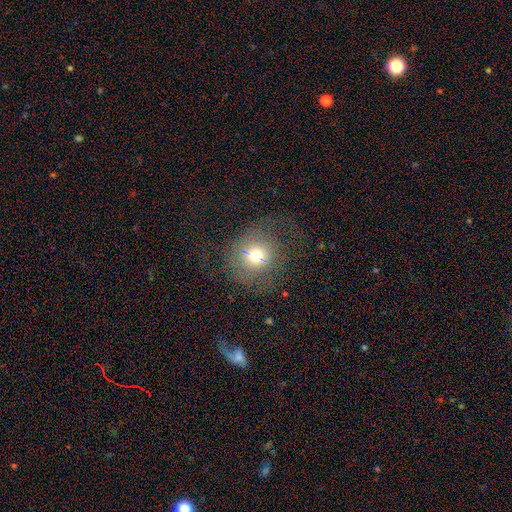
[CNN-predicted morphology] A smooth galaxy with no disk features (59%) that is round (81%).

Vote fractions:
- Smooth or featured? smooth: 59% / featured or disk: 25% / star or artifact: 17%
- How rounded? round: 81% / in between: 18% / cigar-shaped: 1%
- Merging? none: 58% / major disturbance: 24% / minor disturbance: 17% / merger: 2%